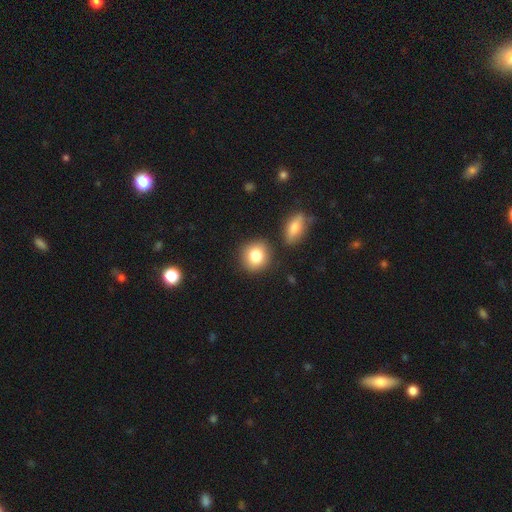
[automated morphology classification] Smooth or featured? smooth (82%)
How rounded? round (81%)
Merging? none (81%)